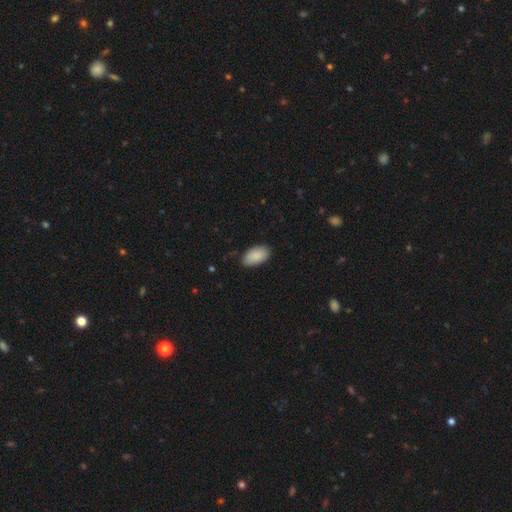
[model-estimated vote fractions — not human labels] Overall: smooth (89%). How rounded: in between (95%). Merging: none (80%).